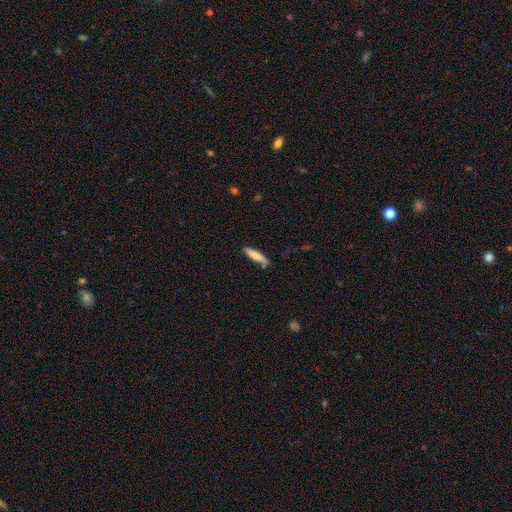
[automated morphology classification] The model was most divided on "smooth or featured": smooth: 69%, featured or disk: 25%, star or artifact: 6%. More confident: how rounded — cigar-shaped (82%); merging — none (80%).